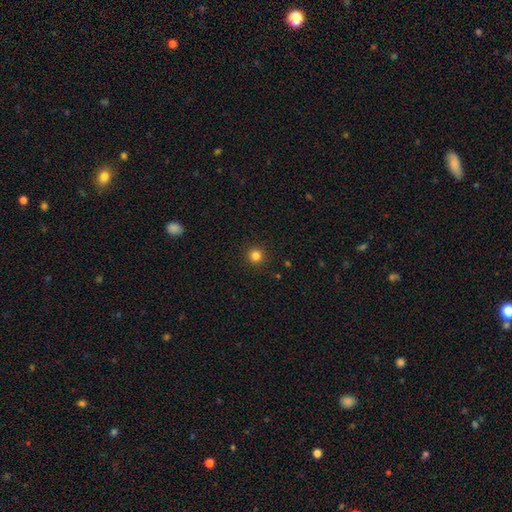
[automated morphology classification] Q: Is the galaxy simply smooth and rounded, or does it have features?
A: smooth — 83%.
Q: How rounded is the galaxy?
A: round — 96%.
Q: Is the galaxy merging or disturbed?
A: none — 93%.